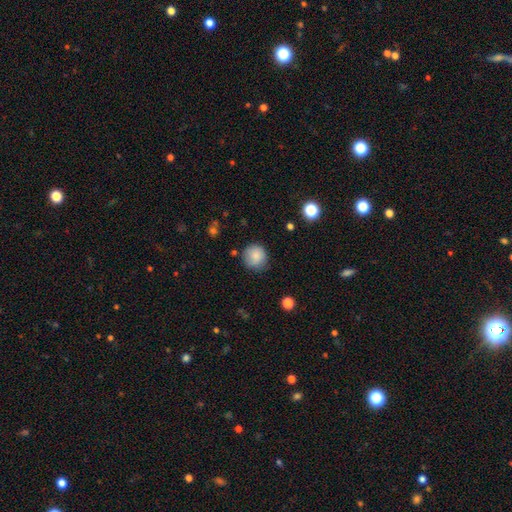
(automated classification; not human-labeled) A smooth galaxy with no disk features (85%) that is round (92%). Merging: none (78%).